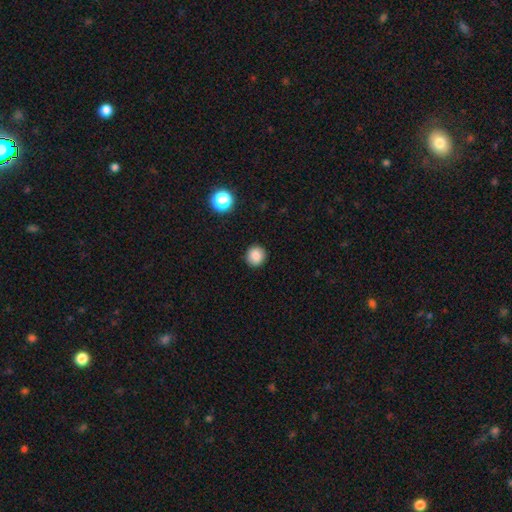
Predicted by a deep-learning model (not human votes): This is clearly a smooth galaxy (85%). How rounded: clearly round (93%). Merging: clearly none (92%).